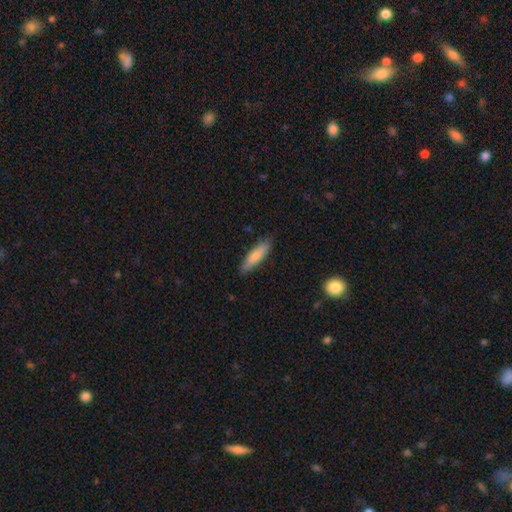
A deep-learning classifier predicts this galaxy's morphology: Overall: smooth (79%). How rounded: cigar-shaped (64%; in between 34%). Merging: none (85%).